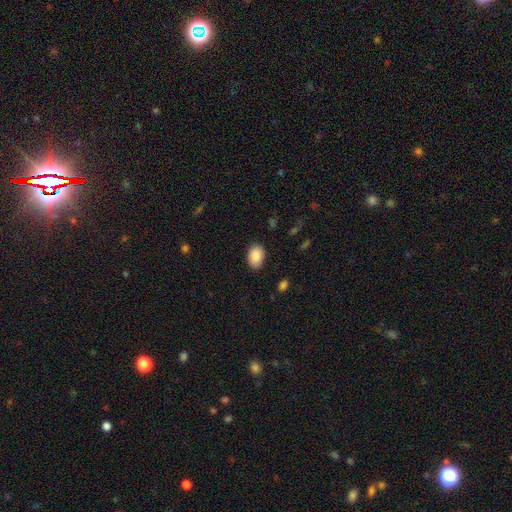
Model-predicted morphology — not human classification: smooth 88%, star or artifact 7%, featured or disk 5%. Down the decision tree: how rounded — in between (84%); merging — none (84%).